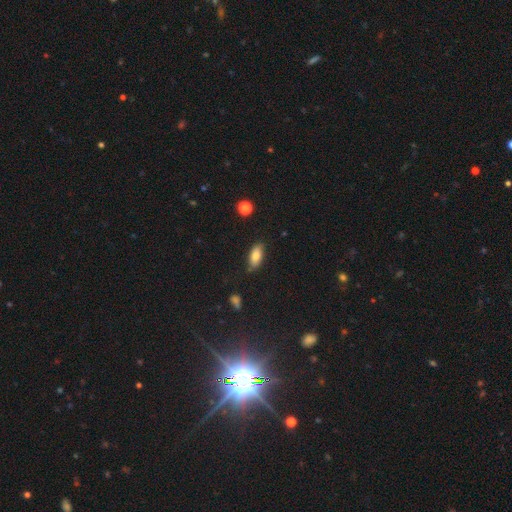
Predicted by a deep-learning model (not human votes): Overall: smooth (81%). How rounded: in between (86%). Merging: none (79%).